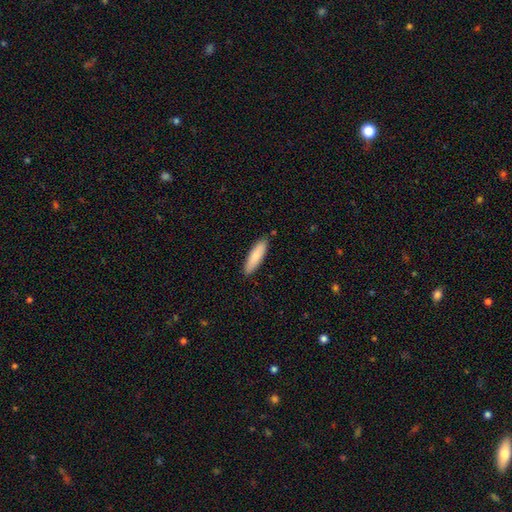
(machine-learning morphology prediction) This is clearly a smooth galaxy (84%). How rounded: likely cigar-shaped (67%). Merging: clearly none (88%).